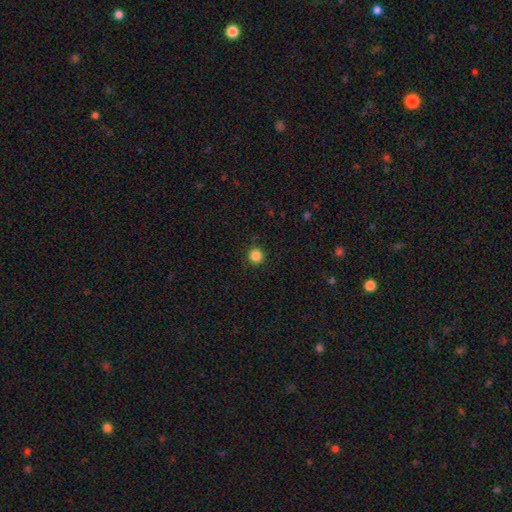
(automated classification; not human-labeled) A smooth galaxy with no disk features (85%) that is round (95%).

Vote fractions:
- Smooth or featured? smooth: 85% / star or artifact: 12% / featured or disk: 3%
- How rounded? round: 95% / in between: 4% / cigar-shaped: 1%
- Merging? none: 90% / minor disturbance: 7% / major disturbance: 2% / merger: 1%